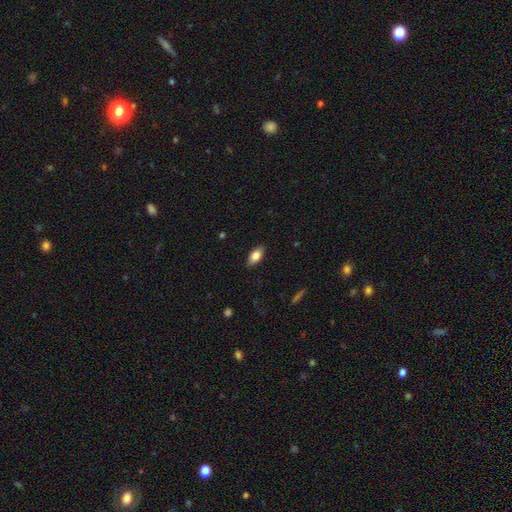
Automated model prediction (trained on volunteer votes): Smooth or featured? smooth (82%)
How rounded? in between (89%)
Merging? none (88%)